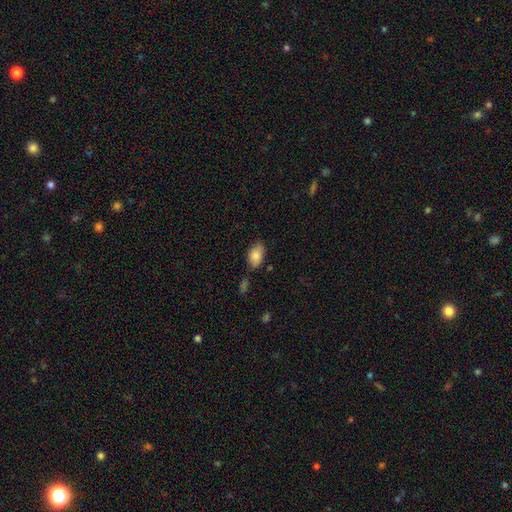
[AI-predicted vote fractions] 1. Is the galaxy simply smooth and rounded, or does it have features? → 85% smooth, 8% featured or disk, 7% star or artifact.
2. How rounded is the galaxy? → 92% in between, 6% round, 2% cigar-shaped.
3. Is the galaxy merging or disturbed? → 69% none, 21% minor disturbance, 6% merger, 4% major disturbance.